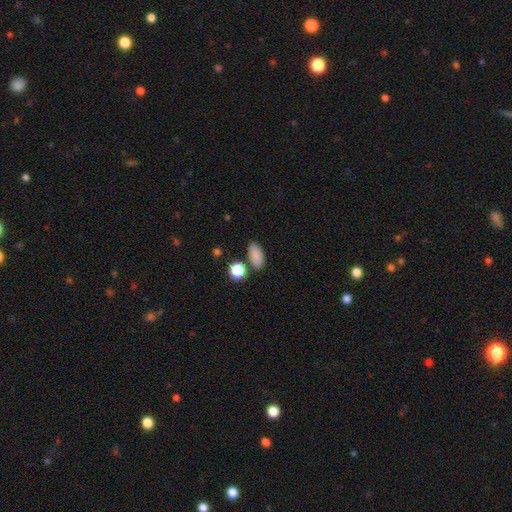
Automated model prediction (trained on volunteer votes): smooth-or-featured: smooth: 86% | star or artifact: 9% | featured or disk: 5%
  how-rounded: in between: 89% | round: 7% | cigar-shaped: 4%
  merging: none: 79% | minor disturbance: 11% | merger: 7% | major disturbance: 3%